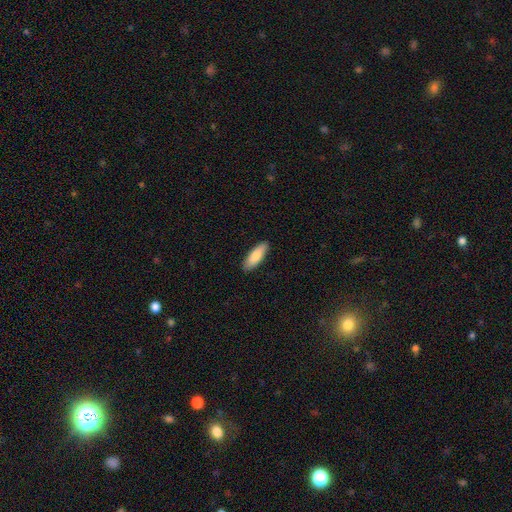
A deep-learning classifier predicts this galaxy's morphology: Overall: smooth (83%). How rounded: in between (61%; cigar-shaped 38%). Merging: none (88%).